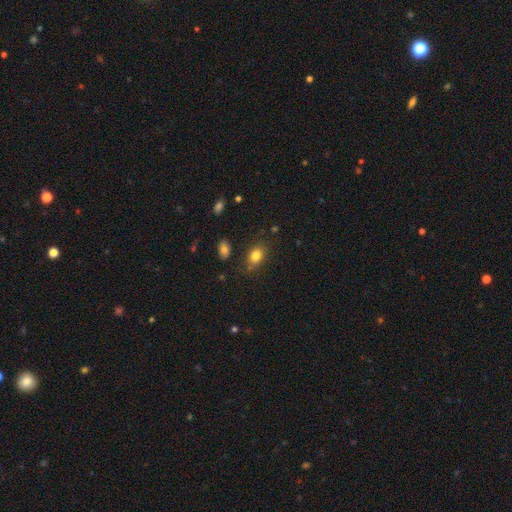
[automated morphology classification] smooth-or-featured: smooth: 82% | star or artifact: 11% | featured or disk: 7%
  how-rounded: in between: 69% | round: 30% | cigar-shaped: 2%
  merging: none: 77% | minor disturbance: 16% | major disturbance: 4% | merger: 3%